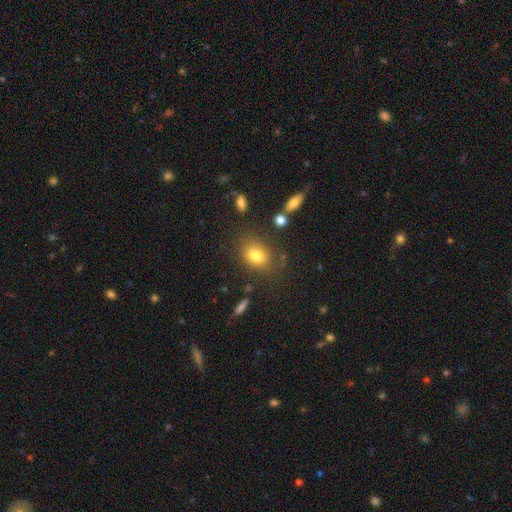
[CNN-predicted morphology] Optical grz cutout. It shows a smooth galaxy with no disk features (80%) that is in between round and cigar-shaped (70%). Merging: none (74%).